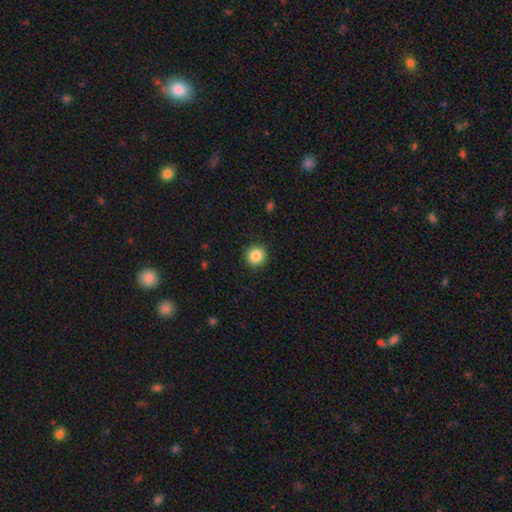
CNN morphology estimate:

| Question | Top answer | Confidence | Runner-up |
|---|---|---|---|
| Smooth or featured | smooth | 86% | star or artifact (10%) |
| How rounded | round | 92% | in between (7%) |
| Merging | none | 92% | minor disturbance (5%) |